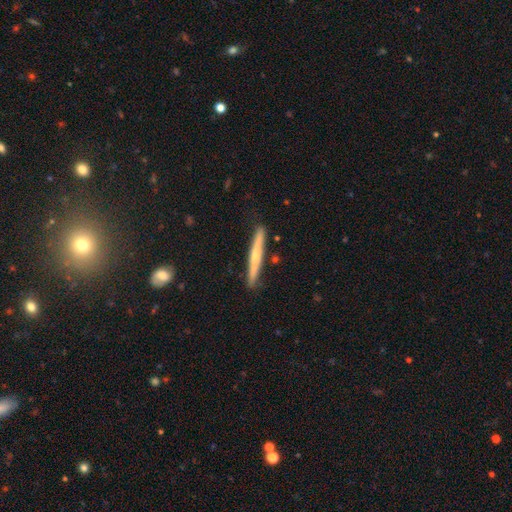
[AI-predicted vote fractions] Q: Smooth or featured?
A: featured or disk (53%); runner-up: smooth (41%)
Q: Edge-on disk?
A: yes (96%); runner-up: no (4%)
Q: Edge-on bulge?
A: rounded (69%); runner-up: none (27%)
Q: Merging?
A: none (88%); runner-up: minor disturbance (8%)